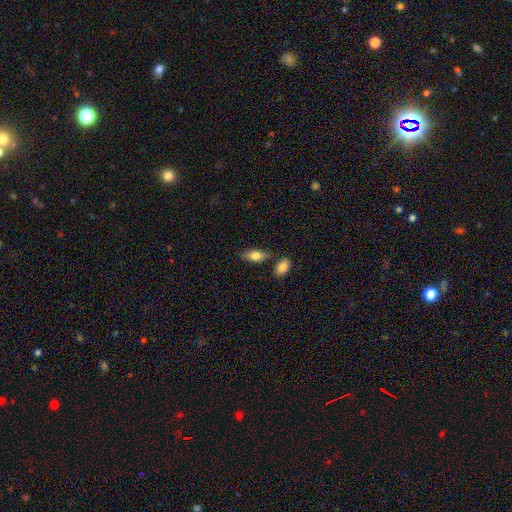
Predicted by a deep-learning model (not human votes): This appears to be a smooth galaxy with no disk features (83%) that is in between round and cigar-shaped (88%). Merging: none (74%).